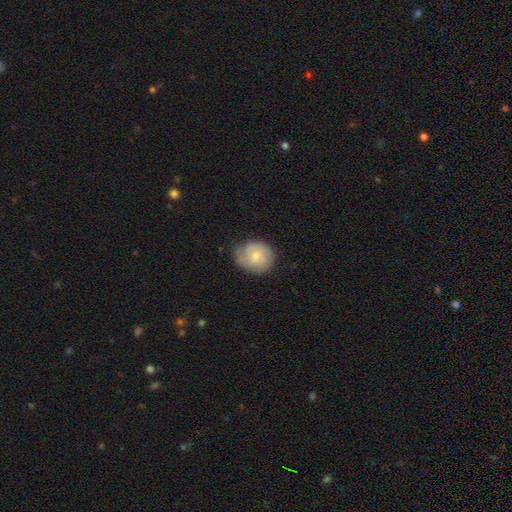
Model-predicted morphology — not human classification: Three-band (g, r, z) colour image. It shows a smooth galaxy with no disk features (60%) that is round (56%). Merging: none (65%).